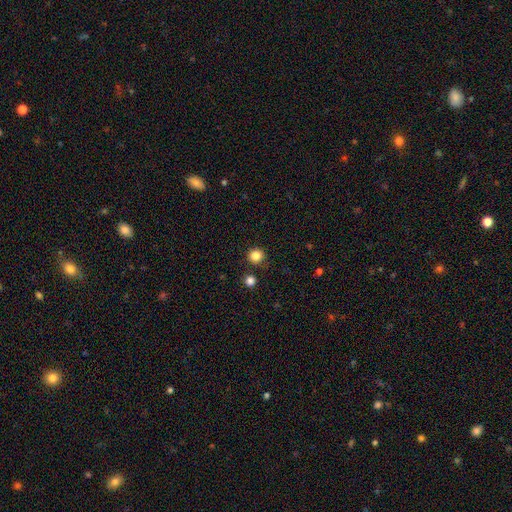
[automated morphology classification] type=smooth (84%); roundness=round (94%); merging=none (87%).